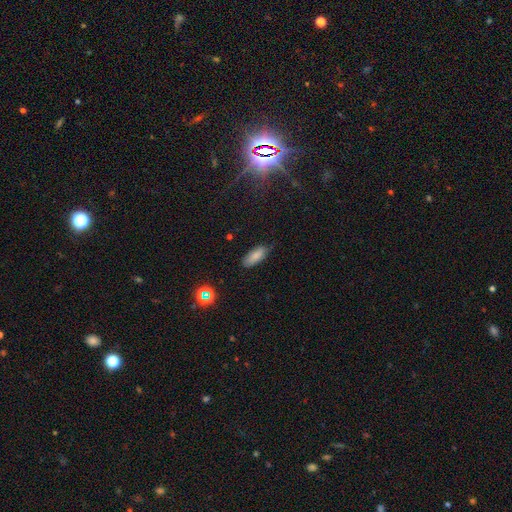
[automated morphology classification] Overall: smooth (80%). How rounded: in between (80%). Merging: none (71%).